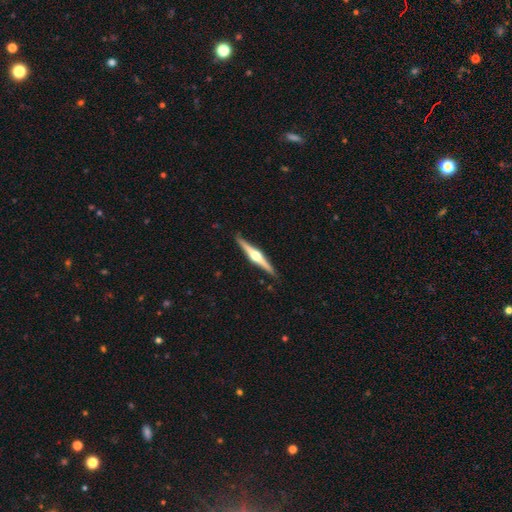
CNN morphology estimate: smooth-or-featured: featured or disk: 81% | smooth: 15% | star or artifact: 4%
  disk-edge-on: yes: 99% | no: 1%
    edge-on-bulge: rounded: 95% | boxy: 3% | none: 2%
  merging: none: 91% | minor disturbance: 7% | major disturbance: 1% | merger: 1%